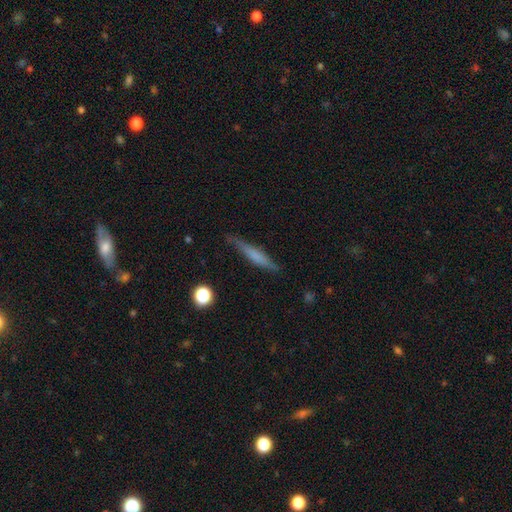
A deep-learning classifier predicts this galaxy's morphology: Overall: smooth (51%; featured or disk 42%). How rounded: cigar-shaped (91%). Merging: none (81%).